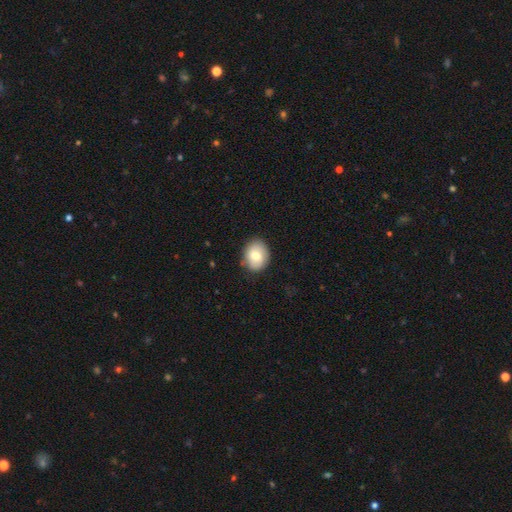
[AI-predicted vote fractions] smooth-or-featured: smooth: 77% | featured or disk: 16% | star or artifact: 7%
  how-rounded: in between: 51% | round: 48% | cigar-shaped: 1%
  merging: none: 83% | minor disturbance: 13% | major disturbance: 3% | merger: 1%